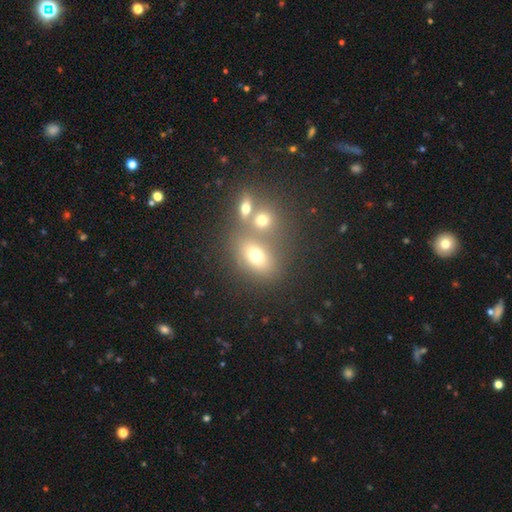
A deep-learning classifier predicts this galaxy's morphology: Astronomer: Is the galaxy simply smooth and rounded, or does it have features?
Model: smooth — 68%.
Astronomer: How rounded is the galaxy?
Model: in between — 62%.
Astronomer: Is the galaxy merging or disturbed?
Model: none — 52% (runner-up: merger, 33%).